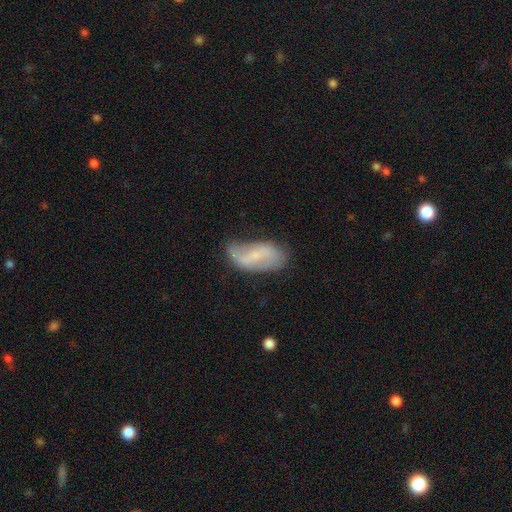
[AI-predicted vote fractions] Q: Smooth or featured?
A: featured or disk (60%); runner-up: smooth (33%)
Q: Edge-on disk?
A: no (93%); runner-up: yes (7%)
Q: Bar?
A: weak (43%); runner-up: no (35%)
Q: Spiral arms?
A: yes (77%); runner-up: no (23%)
Q: Bulge size?
A: small (68%); runner-up: moderate (19%)
Q: Merging?
A: none (51%); runner-up: minor disturbance (33%)